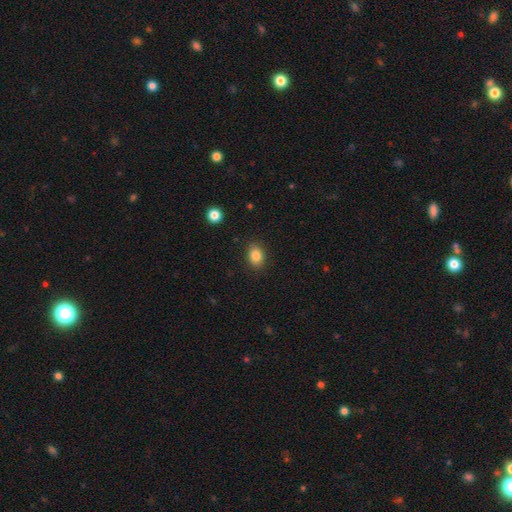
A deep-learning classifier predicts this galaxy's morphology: The model was most divided on "how rounded": in between: 62%, round: 37%, cigar-shaped: 1%. More confident: merging — none (87%); smooth or featured — smooth (85%).